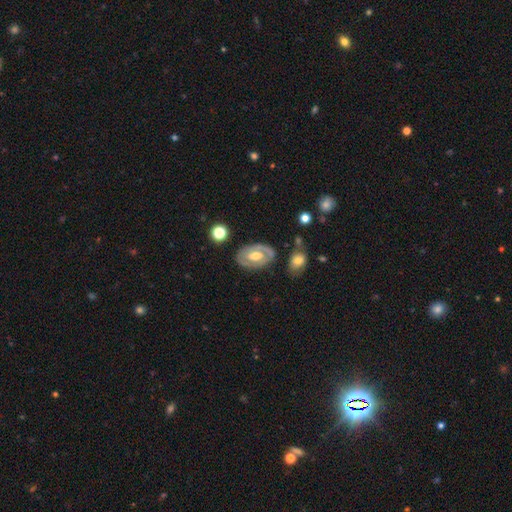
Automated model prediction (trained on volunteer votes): Smooth or featured: featured or disk — 66% (smooth — 29%)
Edge-on disk: no — 94% (yes — 6%)
Bar: no — 53% (weak — 34%)
Spiral arms: yes — 53% (no — 47%)
Bulge size: moderate — 72% (large — 14%)
Merging: none — 77% (minor disturbance — 15%)